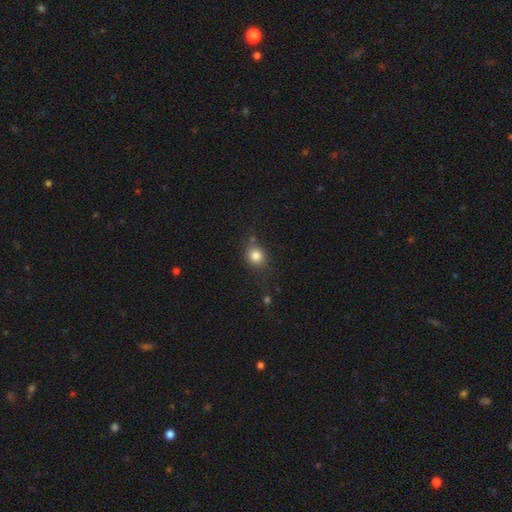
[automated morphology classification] This appears to be a smooth galaxy with no disk features (83%) that is round (73%). Merging: none (71%).